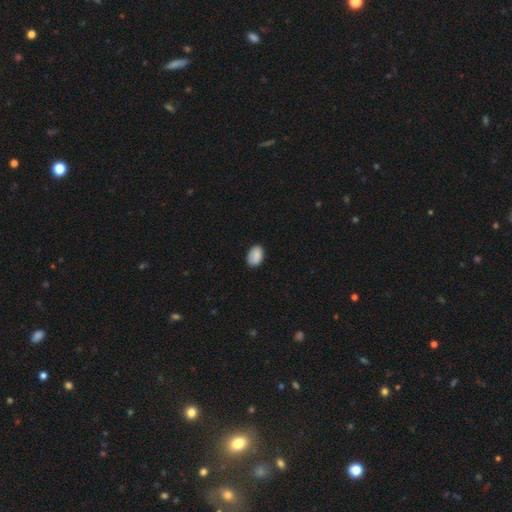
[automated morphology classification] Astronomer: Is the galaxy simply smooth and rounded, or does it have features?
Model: smooth — 87%.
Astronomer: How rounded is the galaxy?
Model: in between — 87%.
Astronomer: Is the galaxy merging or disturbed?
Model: none — 82%.